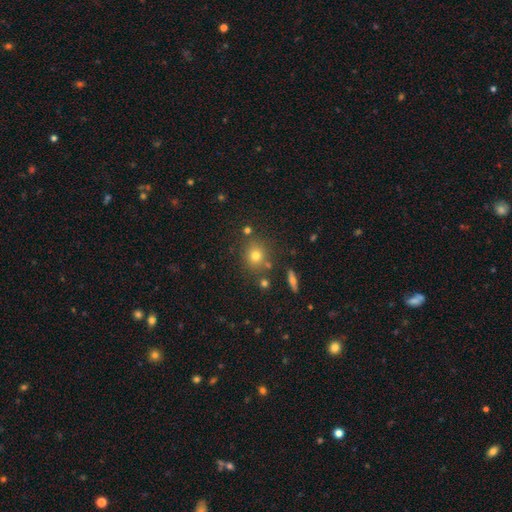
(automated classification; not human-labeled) smooth_or_featured: smooth (p=0.71) [alt: star or artifact p=0.17]
how_rounded: round (p=0.82) [alt: in between p=0.17]
merging: none (p=0.79) [alt: minor disturbance p=0.10]